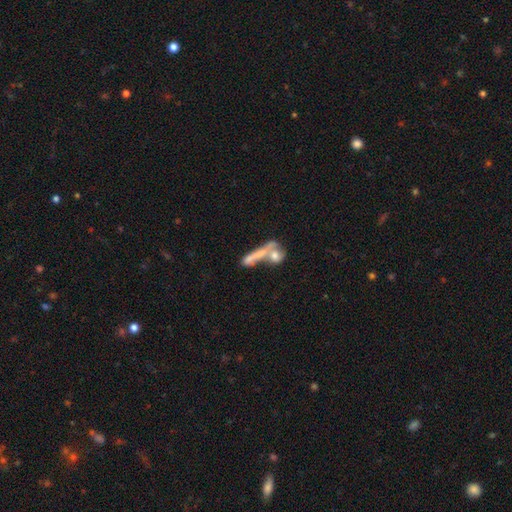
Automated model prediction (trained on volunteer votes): smooth 55%, featured or disk 34%, star or artifact 11%. Down the decision tree: how rounded — cigar-shaped (58%); merging — merger (53%).